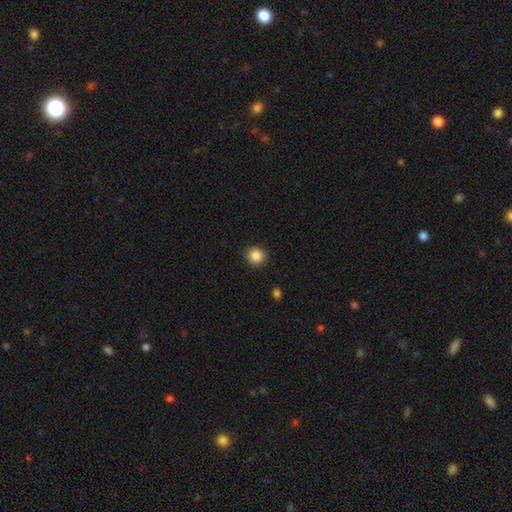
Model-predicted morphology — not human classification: Smooth or featured?
  - smooth: 87% *
  - star or artifact: 10%
  - featured or disk: 3%
How rounded?
  - round: 92% *
  - in between: 7%
  - cigar-shaped: 1%
Merging?
  - none: 91% *
  - minor disturbance: 6%
  - major disturbance: 2%
  - merger: 1%